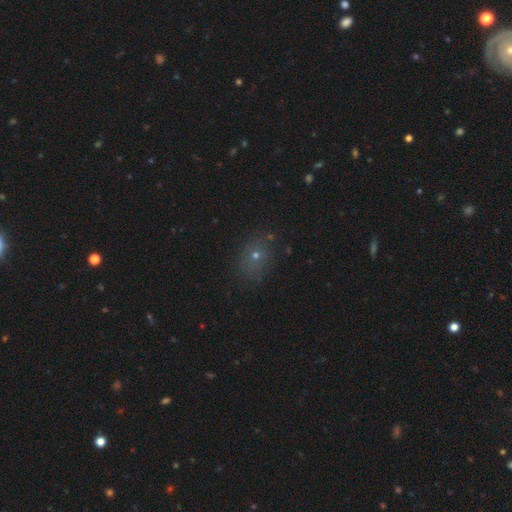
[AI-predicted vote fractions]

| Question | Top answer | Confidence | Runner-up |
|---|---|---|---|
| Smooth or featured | smooth | 59% | star or artifact (27%) |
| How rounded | round | 55% | in between (43%) |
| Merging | none | 81% | minor disturbance (12%) |